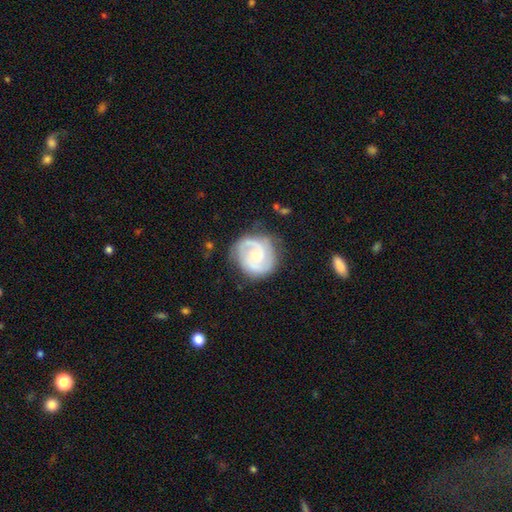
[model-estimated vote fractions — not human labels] Morphology: type=featured or disk (83%); edge-on=no (98%); bar=no (58%); spiral arms=yes (95%); winding=medium (45%); arm count=2 (83%); bulge=moderate (51%); merging=none (77%).